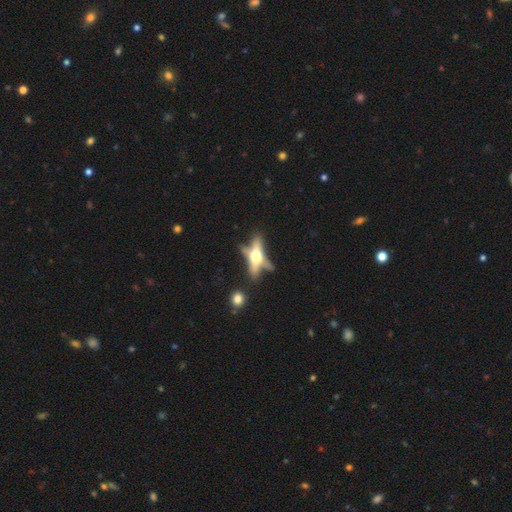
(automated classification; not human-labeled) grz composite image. It shows a featured or disk galaxy (64%) viewed edge-on (83%) with a rounded central bulge (93%). Merging: none (54%).